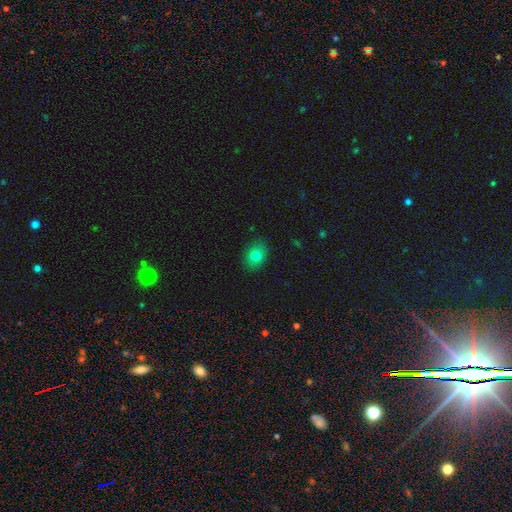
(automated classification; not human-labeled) Smooth or featured? smooth (79%)
How rounded? round (53%)
Merging? none (85%)